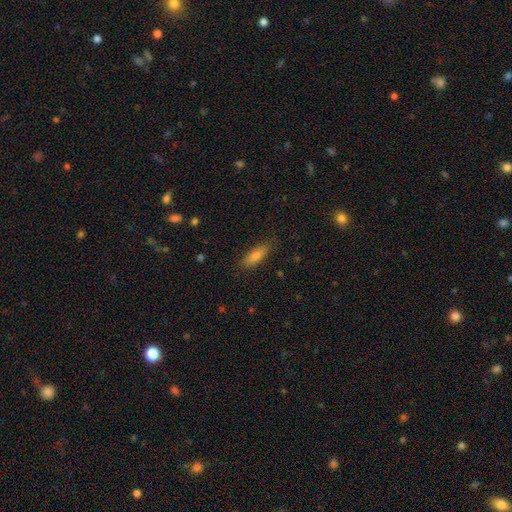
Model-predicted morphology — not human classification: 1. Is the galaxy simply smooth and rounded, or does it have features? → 75% smooth, 16% featured or disk, 9% star or artifact.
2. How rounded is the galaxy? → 52% in between, 46% cigar-shaped, 3% round.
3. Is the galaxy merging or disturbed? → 84% none, 12% minor disturbance, 3% major disturbance, 1% merger.